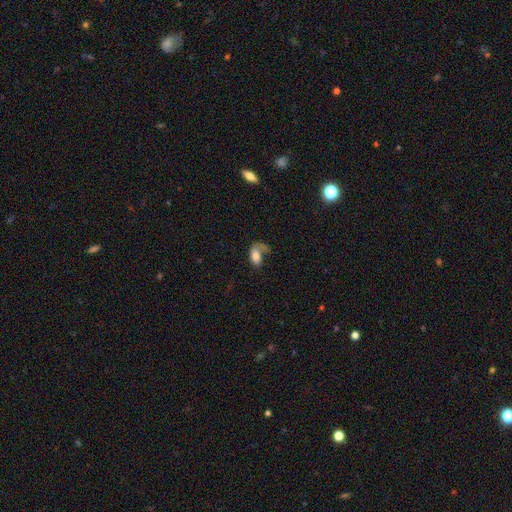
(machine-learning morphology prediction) Smooth or featured: smooth — 68% (featured or disk — 23%)
How rounded: in between — 90% (round — 6%)
Merging: major disturbance — 34% (none — 33%)